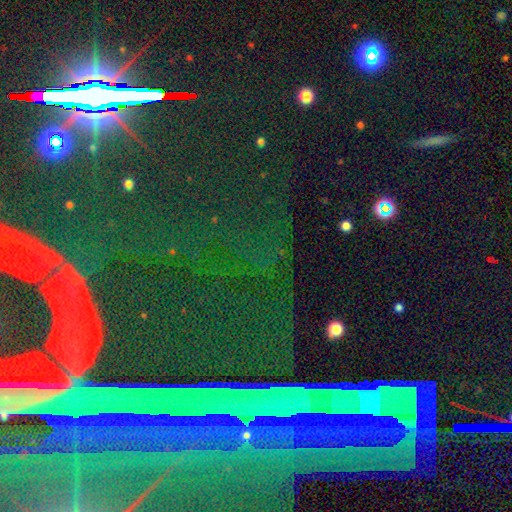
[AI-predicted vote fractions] Smooth or featured?
  - star or artifact: 79% *
  - featured or disk: 11%
  - smooth: 10%